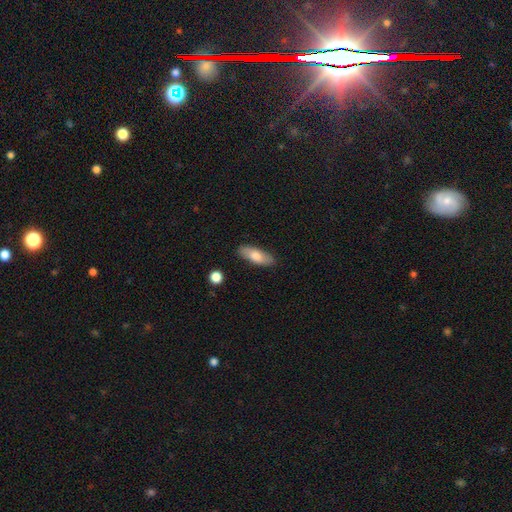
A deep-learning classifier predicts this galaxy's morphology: type=smooth (76%); roundness=in between (70%); merging=none (86%).